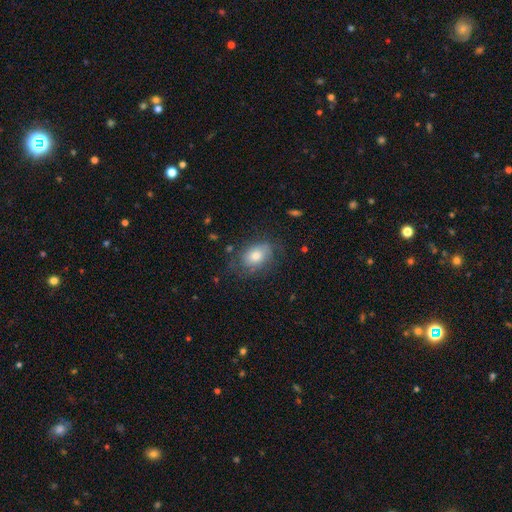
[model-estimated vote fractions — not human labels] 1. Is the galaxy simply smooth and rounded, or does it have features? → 60% smooth, 31% featured or disk, 9% star or artifact.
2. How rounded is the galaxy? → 74% in between, 25% round, 1% cigar-shaped.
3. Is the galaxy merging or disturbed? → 64% none, 23% minor disturbance, 12% major disturbance, 2% merger.